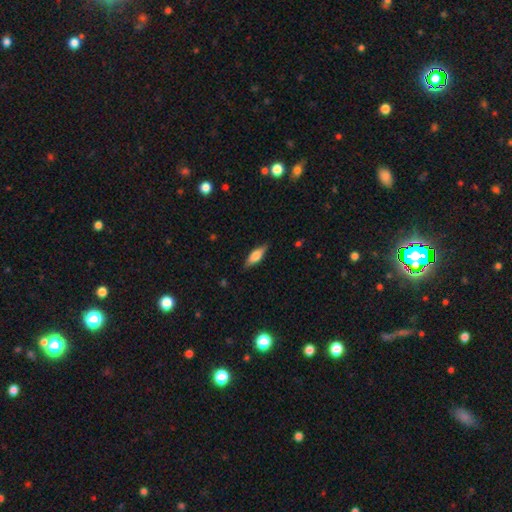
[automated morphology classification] Q: Smooth or featured?
A: smooth (63%); runner-up: featured or disk (31%)
Q: How rounded?
A: in between (58%); runner-up: cigar-shaped (40%)
Q: Merging?
A: none (84%); runner-up: minor disturbance (12%)